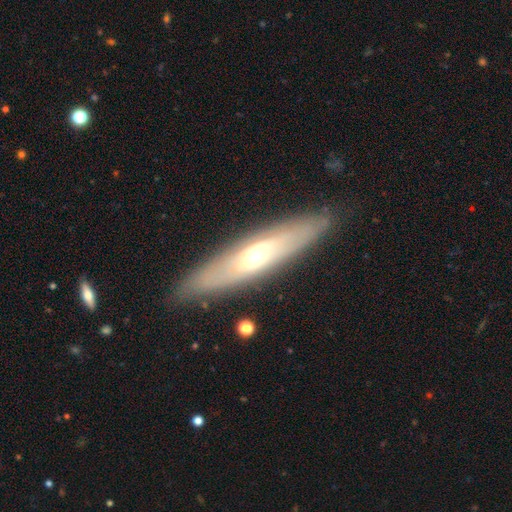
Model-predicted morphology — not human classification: smooth_or_featured: featured or disk (p=0.56) [alt: smooth p=0.38]
disk_edge_on: yes (p=0.62) [alt: no p=0.38]
merging: none (p=0.87) [alt: minor disturbance p=0.10]